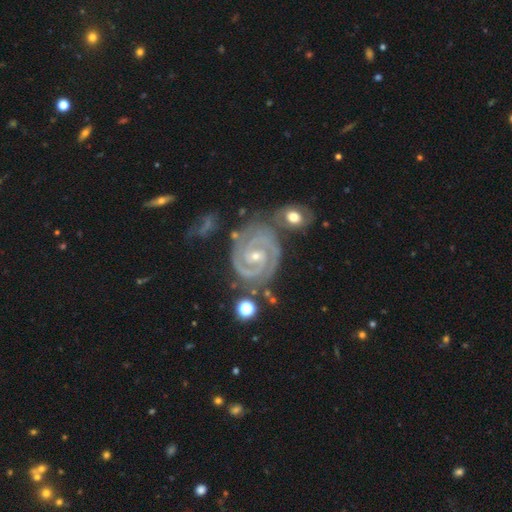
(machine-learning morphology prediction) type=featured or disk (92%); edge-on=no (98%); bar=no (47%); spiral arms=yes (99%); winding=tight (78%); arm count=2 (78%); bulge=small (64%); merging=none (67%).